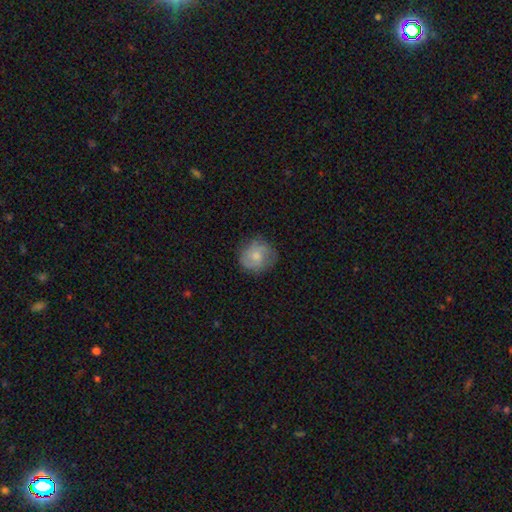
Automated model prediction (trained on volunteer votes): This is possibly a smooth galaxy (59%). How rounded: clearly round (84%). Merging: likely none (73%).